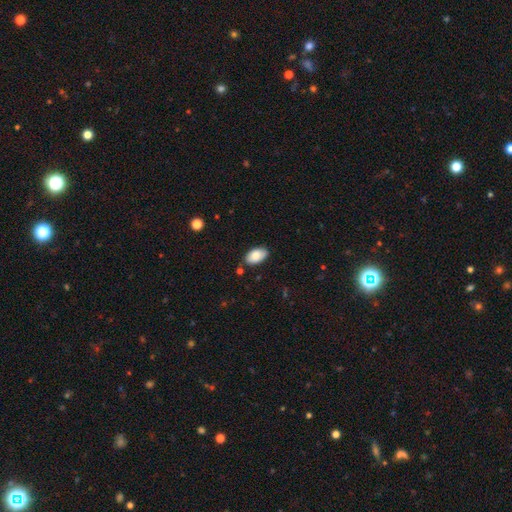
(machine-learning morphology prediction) type=smooth (84%); roundness=in between (95%); merging=none (81%).